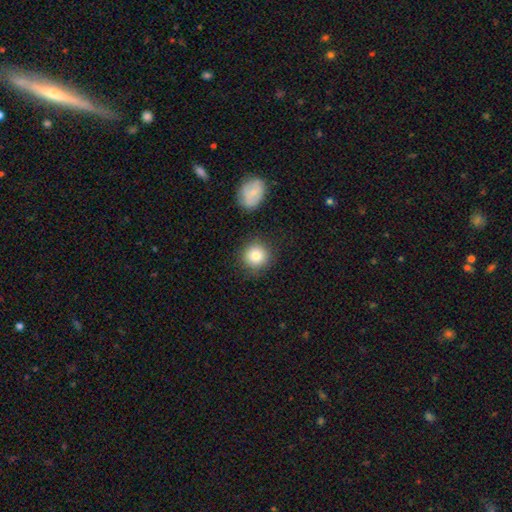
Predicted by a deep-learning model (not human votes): This is clearly a smooth galaxy (82%). How rounded: clearly round (92%). Merging: clearly none (83%).